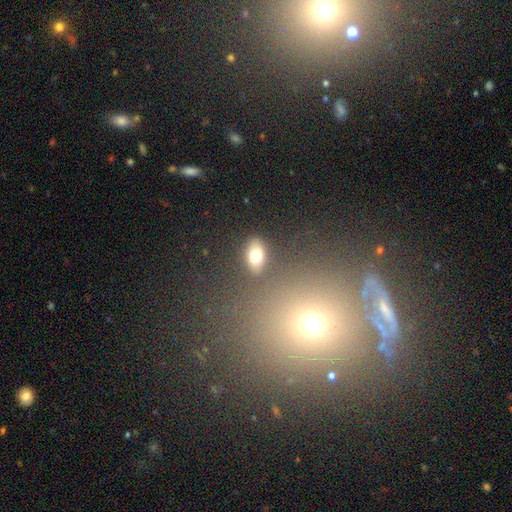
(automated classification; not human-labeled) Smooth or featured? smooth (76%)
How rounded? in between (84%)
Merging? none (83%)